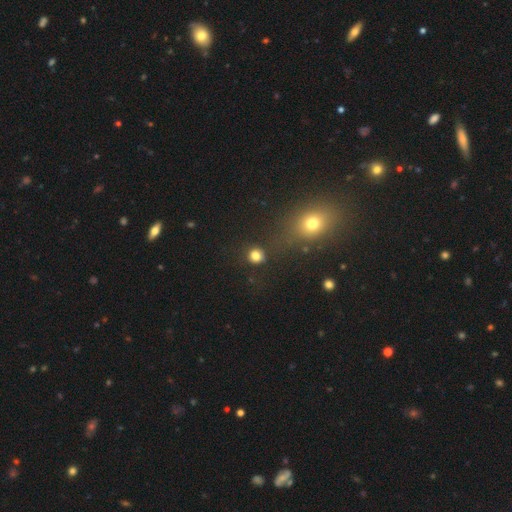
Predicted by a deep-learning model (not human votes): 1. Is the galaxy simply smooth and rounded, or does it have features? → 81% smooth, 14% star or artifact, 5% featured or disk.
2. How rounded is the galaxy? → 86% round, 13% in between, 1% cigar-shaped.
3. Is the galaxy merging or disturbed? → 83% none, 9% minor disturbance, 5% merger, 4% major disturbance.